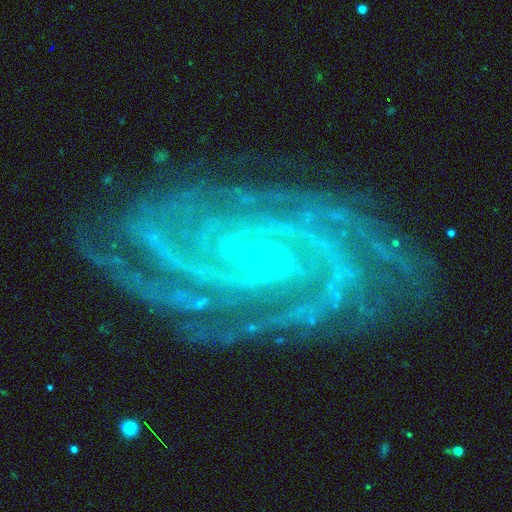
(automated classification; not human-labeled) Q: Smooth or featured?
A: featured or disk (89%); runner-up: star or artifact (7%)
Q: Edge-on disk?
A: no (97%); runner-up: yes (3%)
Q: Bar?
A: no (72%); runner-up: weak (18%)
Q: Spiral arms?
A: yes (99%); runner-up: no (1%)
Q: Spiral winding?
A: tight (79%); runner-up: medium (18%)
Q: Spiral arm count?
A: more than 4 (23%); runner-up: 4 (21%)
Q: Bulge size?
A: small (89%); runner-up: moderate (5%)
Q: Merging?
A: none (81%); runner-up: minor disturbance (13%)